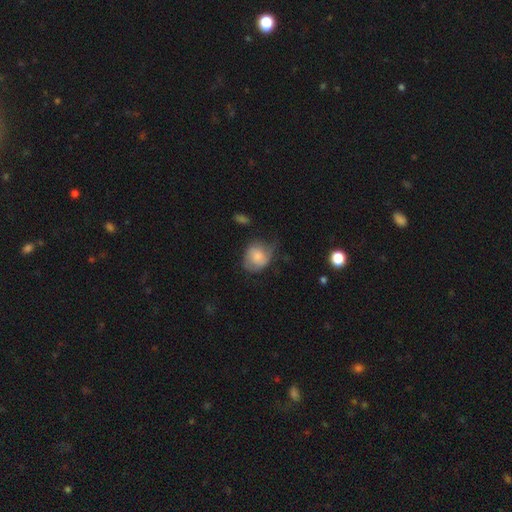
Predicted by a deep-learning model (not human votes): smooth 64%, featured or disk 27%, star or artifact 9%. Down the decision tree: how rounded — round (61%); merging — none (53%).